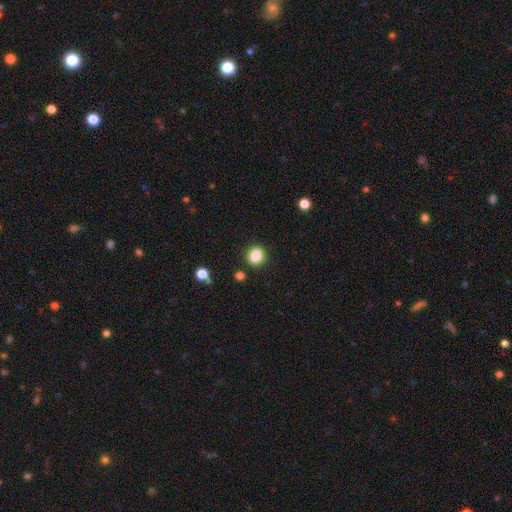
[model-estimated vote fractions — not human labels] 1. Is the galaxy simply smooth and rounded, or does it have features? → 85% smooth, 10% star or artifact, 4% featured or disk.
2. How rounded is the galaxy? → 75% round, 24% in between, 1% cigar-shaped.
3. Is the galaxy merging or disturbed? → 89% none, 7% minor disturbance, 2% major disturbance, 2% merger.